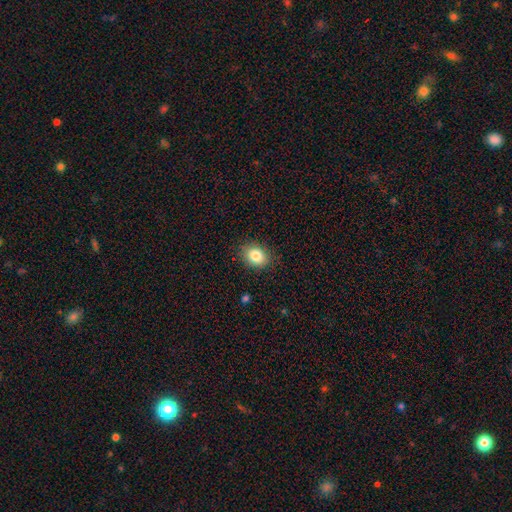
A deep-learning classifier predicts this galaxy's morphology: Smooth or featured? smooth (84%)
How rounded? in between (60%)
Merging? none (86%)